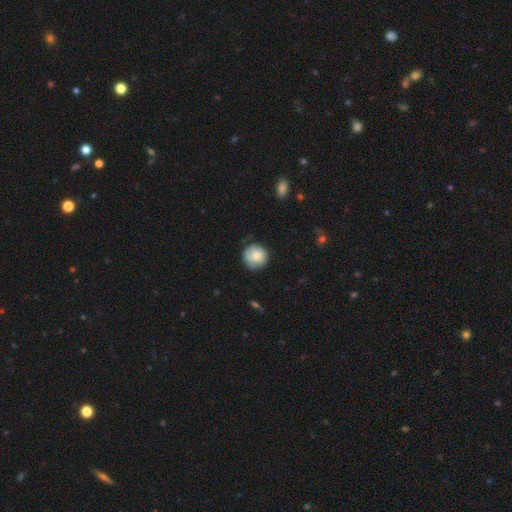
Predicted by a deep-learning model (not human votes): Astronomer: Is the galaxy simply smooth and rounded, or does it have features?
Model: smooth — 74%.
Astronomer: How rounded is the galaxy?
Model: round — 92%.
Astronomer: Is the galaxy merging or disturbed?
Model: none — 76%.